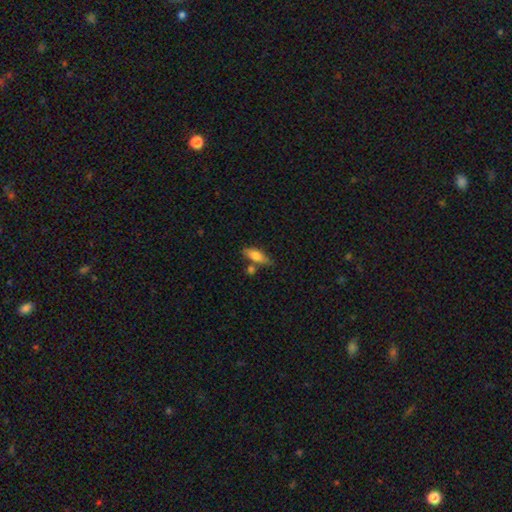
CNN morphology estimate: Smooth or featured? smooth (74%)
How rounded? in between (67%)
Merging? none (63%)